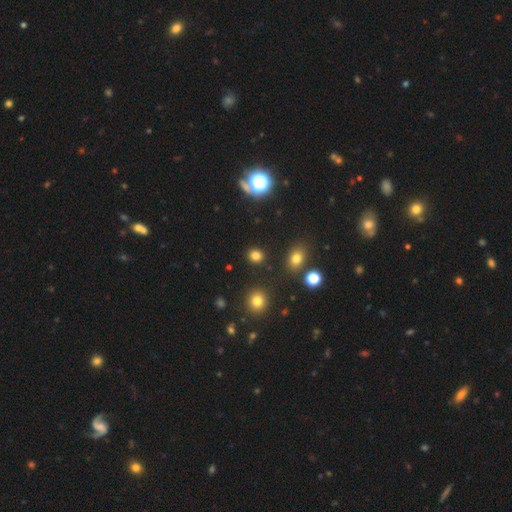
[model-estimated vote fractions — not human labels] A smooth galaxy with no disk features (78%) that is round (74%).

Vote fractions:
- Smooth or featured? smooth: 78% / star or artifact: 17% / featured or disk: 5%
- How rounded? round: 74% / in between: 25% / cigar-shaped: 1%
- Merging? none: 88% / minor disturbance: 7% / merger: 3% / major disturbance: 3%